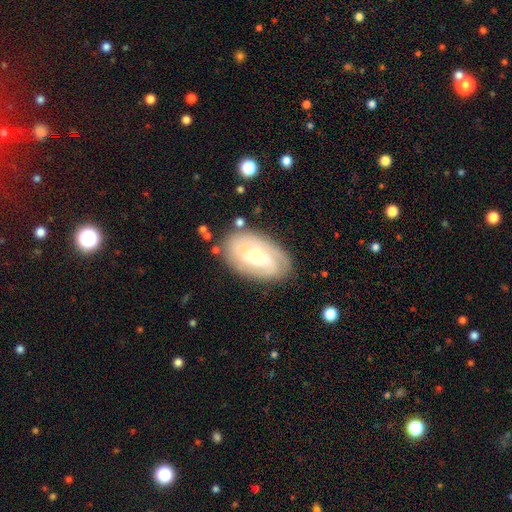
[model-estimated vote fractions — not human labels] smooth-or-featured: featured or disk: 70% | smooth: 24% | star or artifact: 6%
  disk-edge-on: no: 94% | yes: 6%
    bar: no: 58% | weak: 33% | strong: 8%
    has-spiral-arms: yes: 89% | no: 11%
      spiral-winding: tight: 58% | medium: 31% | loose: 11%
      spiral-arm-count: can't tell: 37% | 2: 29% | 3: 19% | 4: 6% | 1: 6% | more than 4: 3%
    bulge-size: small: 53% | moderate: 40% | large: 4% | none: 2% | dominant: 1%
  merging: none: 76% | minor disturbance: 16% | major disturbance: 5% | merger: 2%